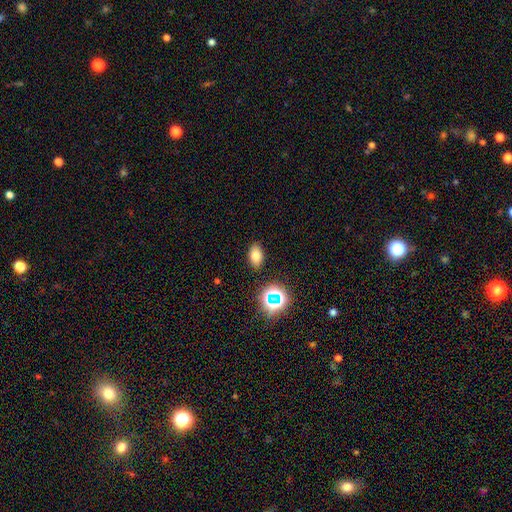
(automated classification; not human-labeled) Smooth or featured? Predicted: smooth (p=0.73). How rounded? Predicted: in between (p=0.88). Merging? Predicted: none (p=0.87).